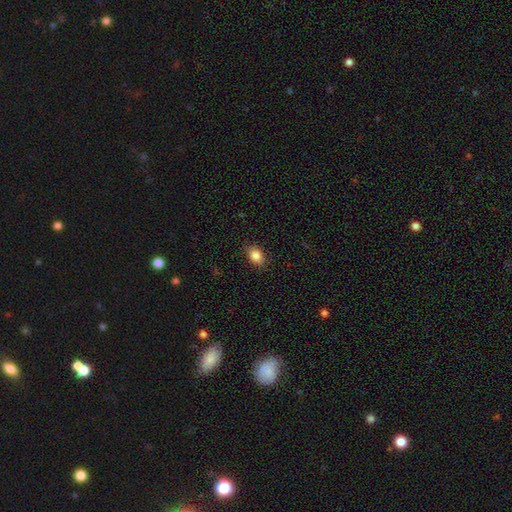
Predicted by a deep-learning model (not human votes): Smooth or featured? Predicted: smooth (p=0.86). How rounded? Predicted: in between (p=0.71). Merging? Predicted: none (p=0.85).